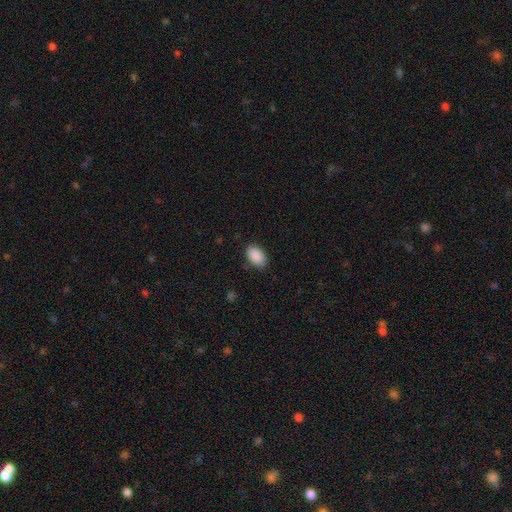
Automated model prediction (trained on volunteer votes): A smooth galaxy with no disk features (90%) that is in between round and cigar-shaped (92%). Merging: none (86%).